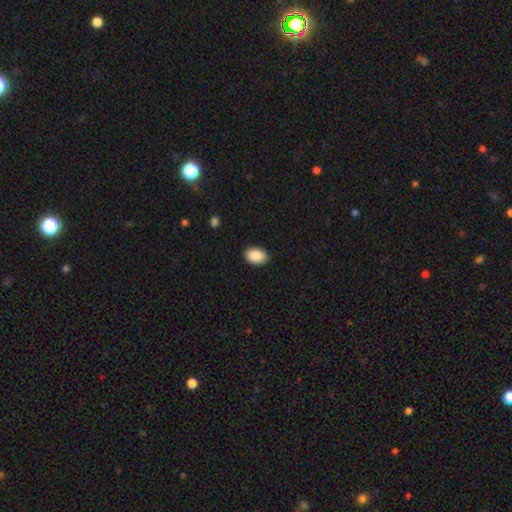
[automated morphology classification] smooth-or-featured: smooth: 89% | star or artifact: 7% | featured or disk: 4%
  how-rounded: in between: 81% | round: 18% | cigar-shaped: 1%
  merging: none: 88% | minor disturbance: 9% | major disturbance: 2% | merger: 1%